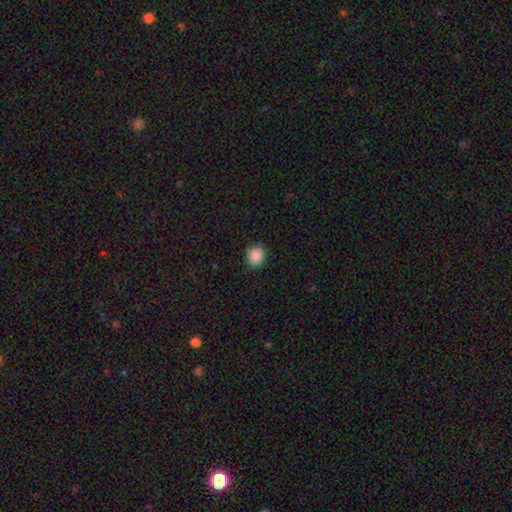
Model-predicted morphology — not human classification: Q: Smooth or featured?
A: smooth (89%); runner-up: star or artifact (8%)
Q: How rounded?
A: round (58%); runner-up: in between (42%)
Q: Merging?
A: none (82%); runner-up: minor disturbance (14%)